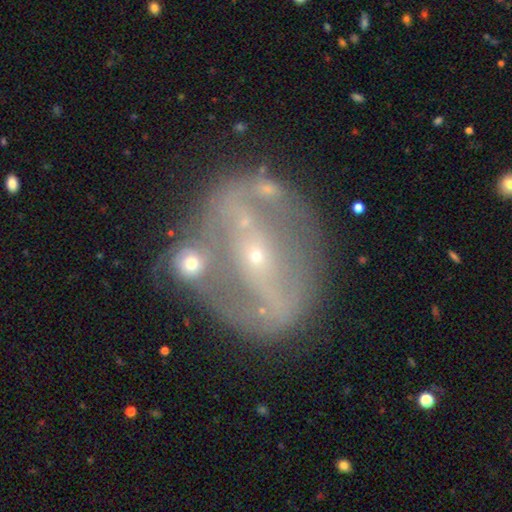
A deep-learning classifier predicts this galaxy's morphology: smooth-or-featured: featured or disk: 81% | smooth: 11% | star or artifact: 8%
  disk-edge-on: no: 89% | yes: 11%
    bar: strong: 67% | weak: 18% | no: 15%
    has-spiral-arms: yes: 51% | no: 49%
    bulge-size: small: 83% | moderate: 14% | none: 1% | large: 1% | dominant: 1%
  merging: none: 71% | minor disturbance: 15% | major disturbance: 7% | merger: 6%